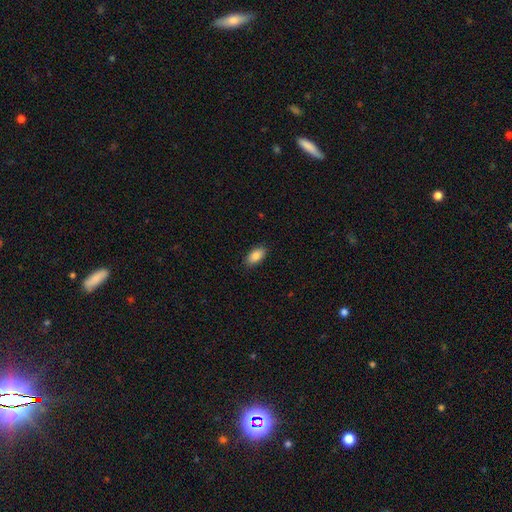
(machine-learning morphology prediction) Q: Smooth or featured?
A: smooth (87%); runner-up: star or artifact (7%)
Q: How rounded?
A: in between (93%); runner-up: cigar-shaped (4%)
Q: Merging?
A: none (89%); runner-up: minor disturbance (8%)